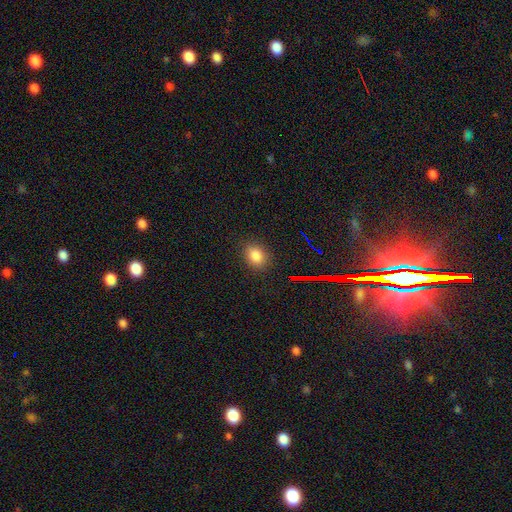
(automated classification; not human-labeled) This appears to be a smooth galaxy with no disk features (81%) that is in between round and cigar-shaped (58%). Merging: none (84%).